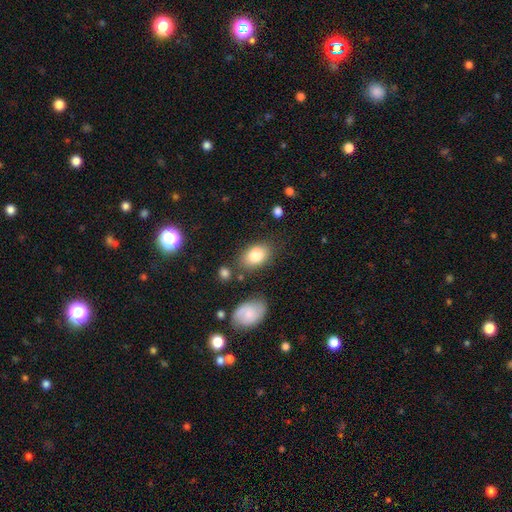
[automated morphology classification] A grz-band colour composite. It shows a smooth galaxy with no disk features (81%) that is in between round and cigar-shaped (84%). Merging: none (70%).